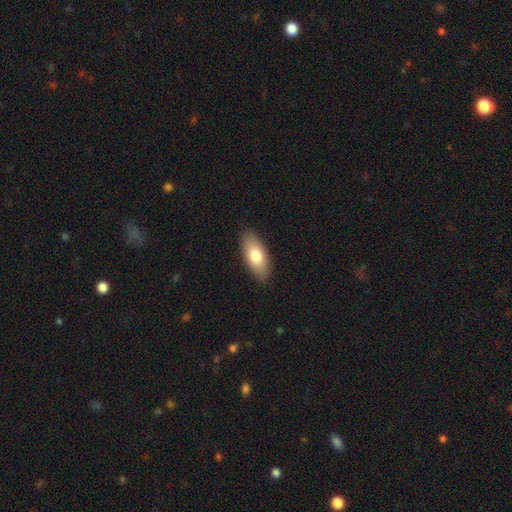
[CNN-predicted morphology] Q: Smooth or featured?
A: smooth (76%); runner-up: featured or disk (17%)
Q: How rounded?
A: in between (84%); runner-up: cigar-shaped (14%)
Q: Merging?
A: none (88%); runner-up: minor disturbance (9%)